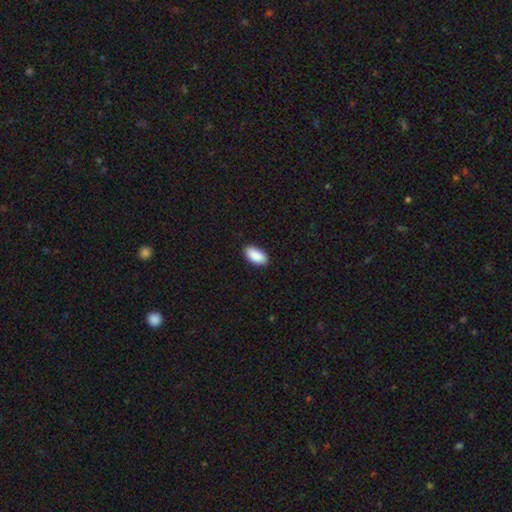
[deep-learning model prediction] Smooth or featured?
  - smooth: 91% *
  - star or artifact: 6%
  - featured or disk: 3%
How rounded?
  - in between: 94% *
  - cigar-shaped: 3%
  - round: 2%
Merging?
  - none: 87% *
  - minor disturbance: 10%
  - major disturbance: 2%
  - merger: 1%